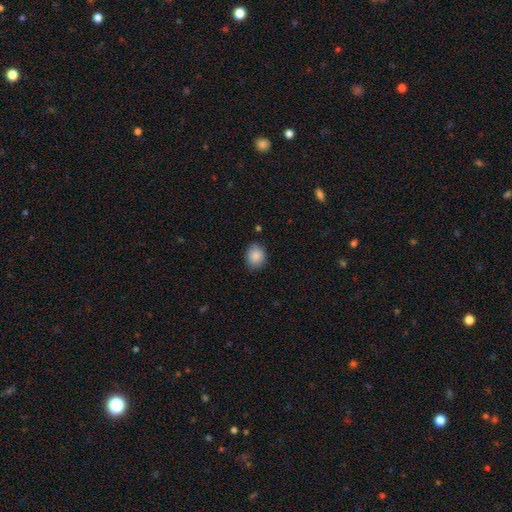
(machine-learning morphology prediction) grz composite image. It shows a smooth galaxy with no disk features (88%) that is round (62%). Merging: none (81%).